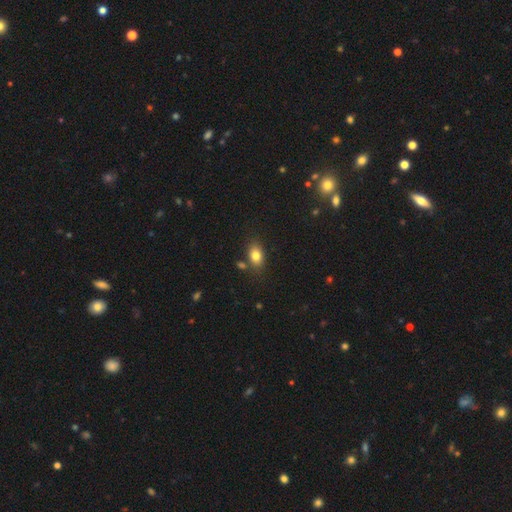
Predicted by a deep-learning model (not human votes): smooth_or_featured: smooth (p=0.81) [alt: star or artifact p=0.09]
how_rounded: in between (p=0.82) [alt: round p=0.16]
merging: none (p=0.76) [alt: minor disturbance p=0.13]